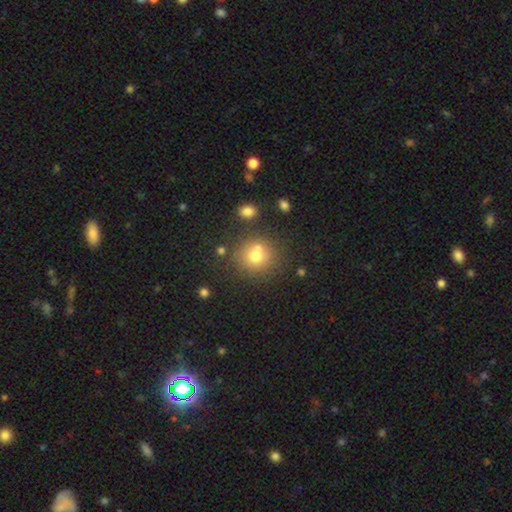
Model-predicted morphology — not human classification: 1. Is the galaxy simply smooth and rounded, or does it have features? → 70% smooth, 15% featured or disk, 14% star or artifact.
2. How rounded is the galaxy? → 86% round, 13% in between, 1% cigar-shaped.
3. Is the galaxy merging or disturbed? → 62% none, 22% merger, 11% minor disturbance, 4% major disturbance.